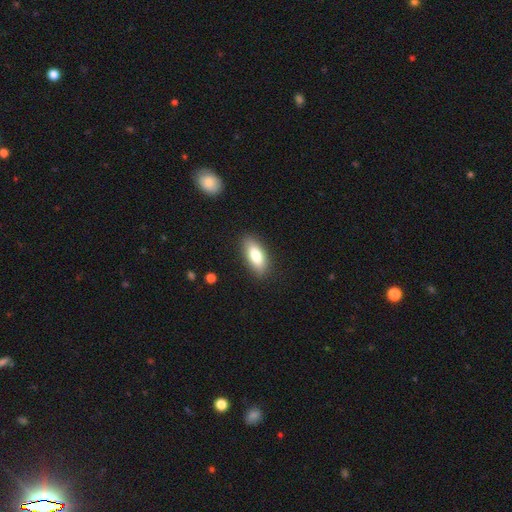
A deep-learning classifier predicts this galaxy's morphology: smooth_or_featured: smooth (p=0.79) [alt: featured or disk p=0.14]
how_rounded: in between (p=0.79) [alt: cigar-shaped p=0.19]
merging: none (p=0.87) [alt: minor disturbance p=0.10]